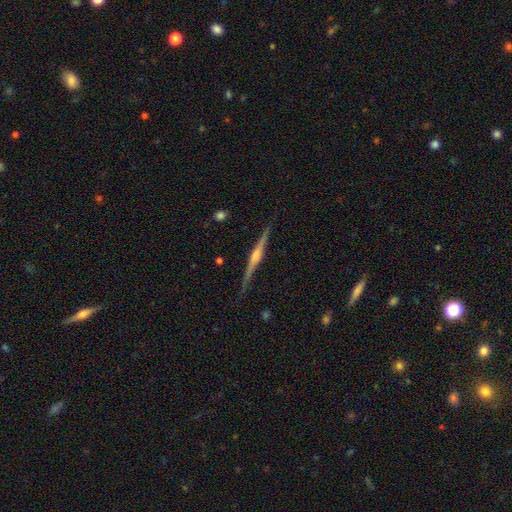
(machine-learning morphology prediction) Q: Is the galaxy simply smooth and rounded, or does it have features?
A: featured or disk — 86%.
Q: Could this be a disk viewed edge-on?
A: yes — 98%.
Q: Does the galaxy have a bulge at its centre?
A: rounded — 88%.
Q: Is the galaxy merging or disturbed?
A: none — 88%.